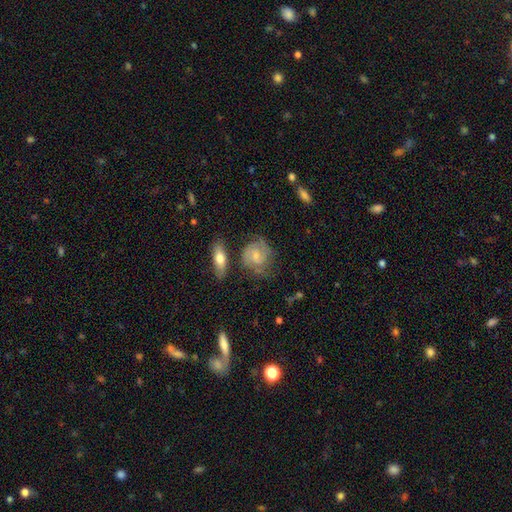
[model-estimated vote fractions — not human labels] Smooth or featured? featured or disk (69%)
Edge-on disk? no (97%)
Bar? no (64%)
Spiral arms? yes (92%)
Spiral winding? tight (51%)
Spiral arm count? 2 (64%)
Bulge size? small (57%)
Merging? none (60%)